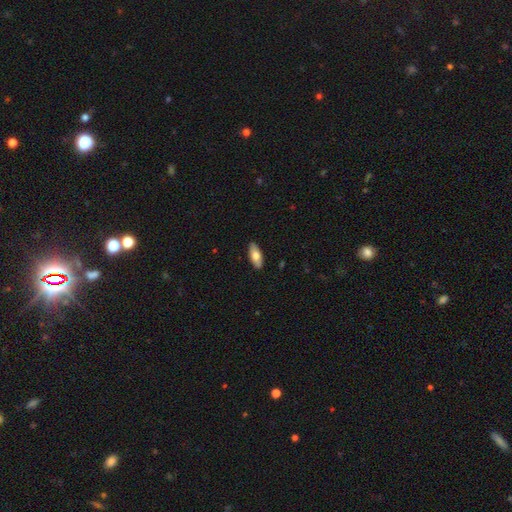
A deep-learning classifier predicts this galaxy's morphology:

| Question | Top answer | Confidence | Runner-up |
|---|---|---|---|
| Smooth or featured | smooth | 74% | featured or disk (20%) |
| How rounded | in between | 82% | cigar-shaped (16%) |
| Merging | none | 89% | minor disturbance (8%) |